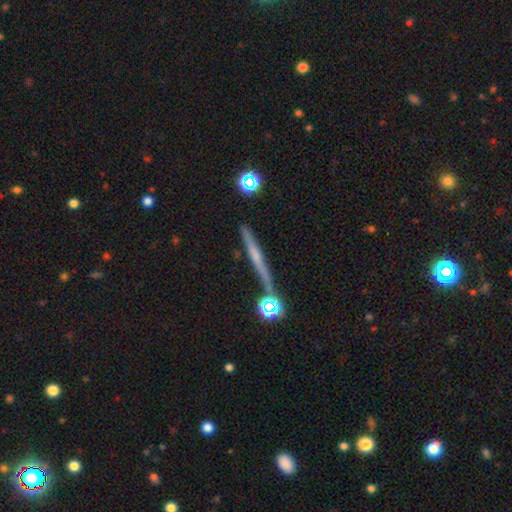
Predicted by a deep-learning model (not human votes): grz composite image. It shows a featured or disk galaxy (66%) viewed edge-on (96%) with a rounded central bulge (46%). Merging: none (80%).